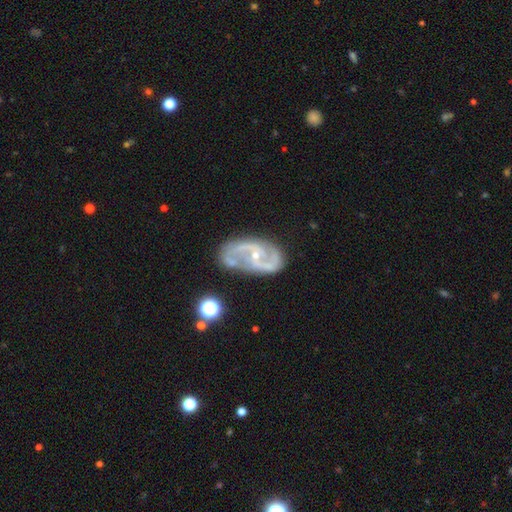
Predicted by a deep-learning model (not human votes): Smooth or featured: featured or disk — 87% (smooth — 7%)
Edge-on disk: no — 96% (yes — 4%)
Bar: no — 46% (weak — 39%)
Spiral arms: yes — 94% (no — 6%)
Spiral winding: medium — 51% (loose — 25%)
Spiral arm count: 2 — 81% (can't tell — 8%)
Bulge size: small — 74% (moderate — 22%)
Merging: none — 64% (minor disturbance — 22%)